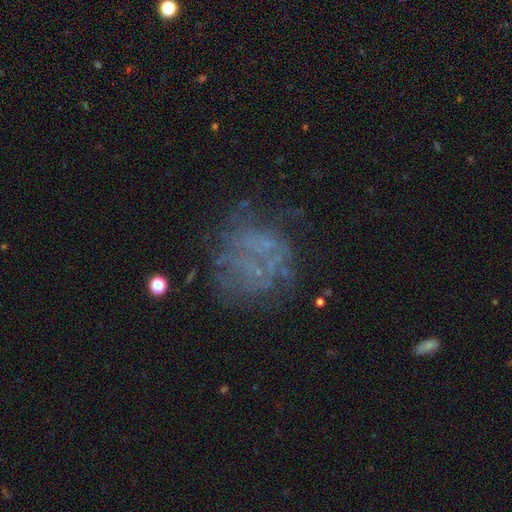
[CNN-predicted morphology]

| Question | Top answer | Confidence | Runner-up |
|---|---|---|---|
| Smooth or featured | featured or disk | 51% | smooth (26%) |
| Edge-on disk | no | 98% | yes (2%) |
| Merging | none | 58% | major disturbance (22%) |